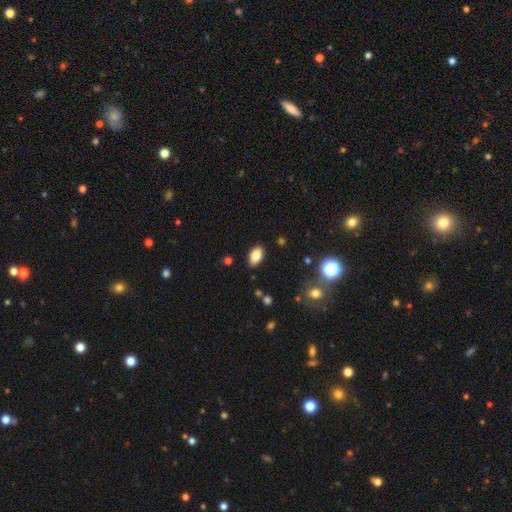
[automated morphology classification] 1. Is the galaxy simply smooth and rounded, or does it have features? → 81% smooth, 9% featured or disk, 9% star or artifact.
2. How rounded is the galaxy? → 91% in between, 7% round, 2% cigar-shaped.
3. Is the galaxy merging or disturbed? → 87% none, 9% minor disturbance, 2% major disturbance, 1% merger.